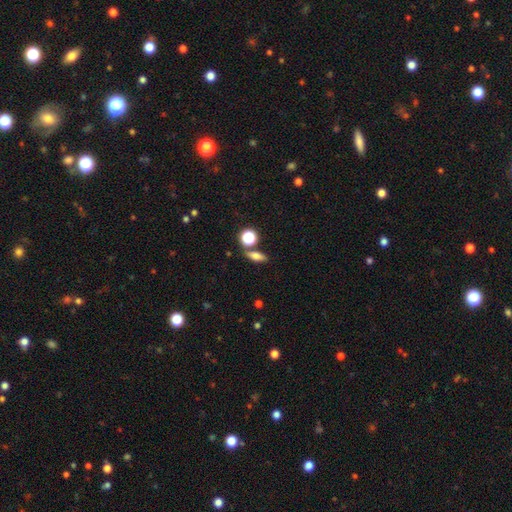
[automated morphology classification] smooth_or_featured: smooth (p=0.60) [alt: featured or disk p=0.25]
how_rounded: in between (p=0.56) [alt: cigar-shaped p=0.28]
merging: none (p=0.75) [alt: minor disturbance p=0.11]